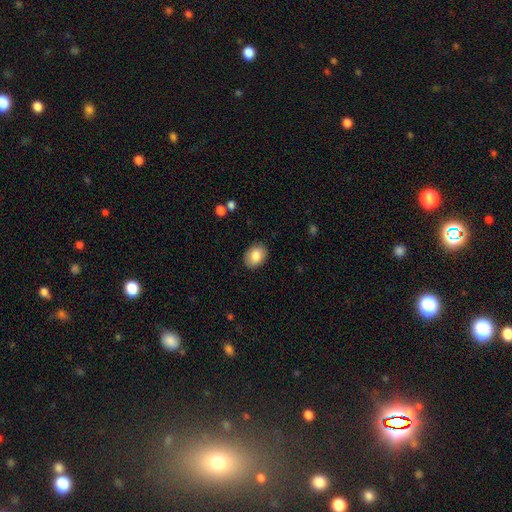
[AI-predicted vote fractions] This is clearly a smooth galaxy (84%). How rounded: likely in between (71%). Merging: clearly none (88%).